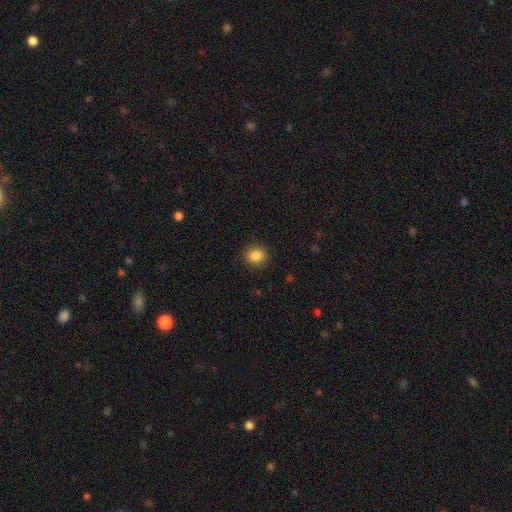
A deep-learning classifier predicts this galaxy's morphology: Smooth or featured? smooth (87%)
How rounded? round (80%)
Merging? none (89%)